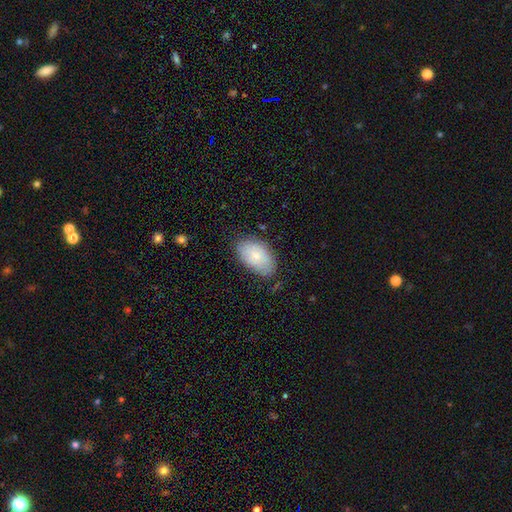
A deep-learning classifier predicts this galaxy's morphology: smooth 77%, featured or disk 17%, star or artifact 7%. Down the decision tree: how rounded — in between (94%); merging — none (74%).